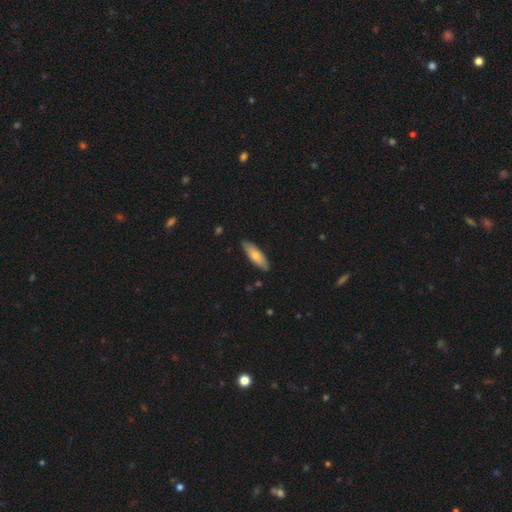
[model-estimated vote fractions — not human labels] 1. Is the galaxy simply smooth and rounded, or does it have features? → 73% smooth, 21% featured or disk, 5% star or artifact.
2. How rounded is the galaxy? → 57% in between, 42% cigar-shaped, 2% round.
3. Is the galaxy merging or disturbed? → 87% none, 10% minor disturbance, 2% major disturbance, 1% merger.